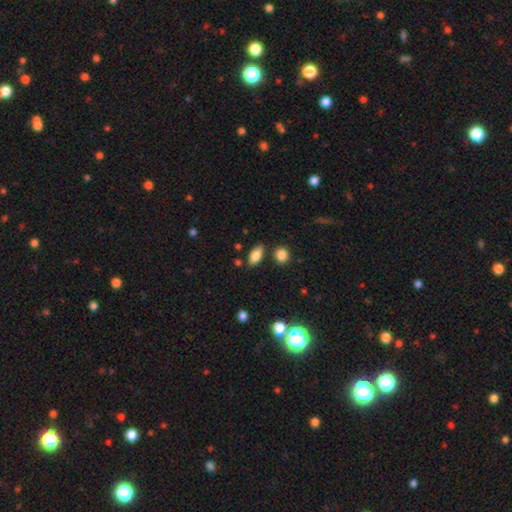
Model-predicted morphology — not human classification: Q: Smooth or featured?
A: smooth (83%); runner-up: featured or disk (9%)
Q: How rounded?
A: in between (87%); runner-up: cigar-shaped (9%)
Q: Merging?
A: none (80%); runner-up: minor disturbance (11%)